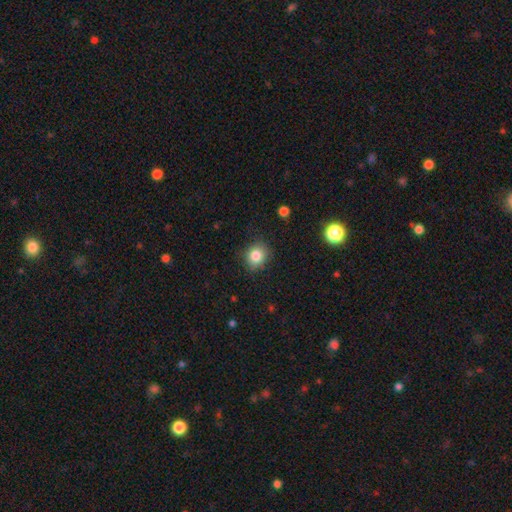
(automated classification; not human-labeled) smooth-or-featured: smooth: 83% | star or artifact: 11% | featured or disk: 6%
  how-rounded: round: 75% | in between: 24% | cigar-shaped: 1%
  merging: none: 83% | minor disturbance: 12% | major disturbance: 3% | merger: 1%